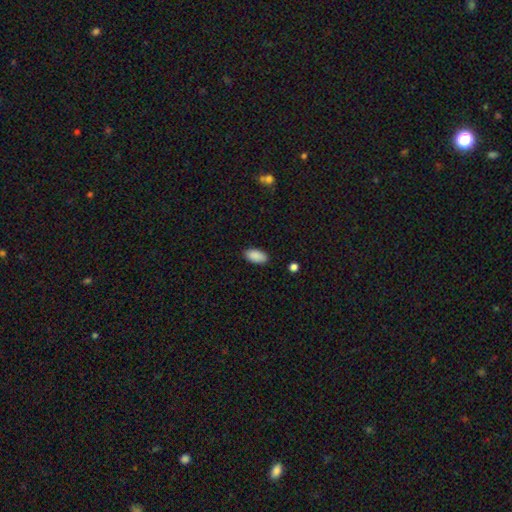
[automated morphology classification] smooth 89%, star or artifact 7%, featured or disk 4%. Down the decision tree: how rounded — in between (94%); merging — none (87%).